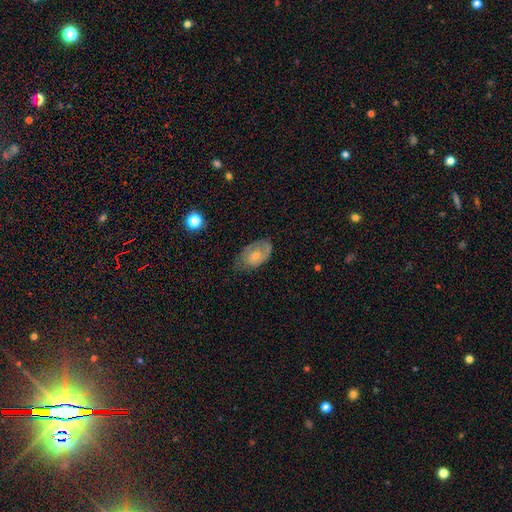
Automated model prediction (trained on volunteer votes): This appears to be a smooth galaxy with no disk features (48%). Merging: none (51%).